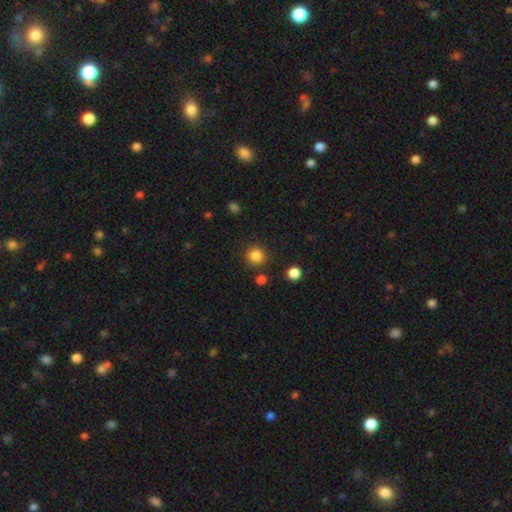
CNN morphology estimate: This appears to be a smooth galaxy with no disk features (85%) that is round (93%). Merging: none (87%).